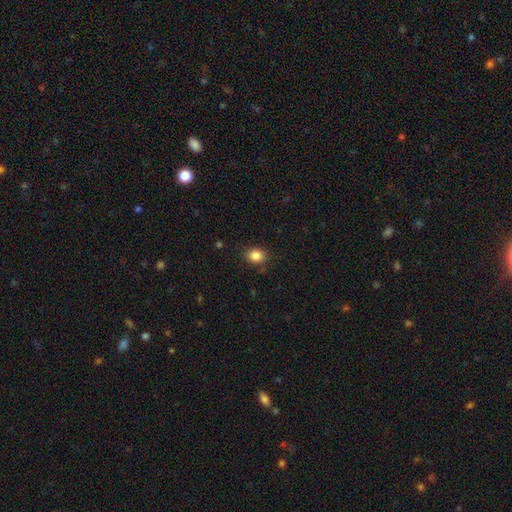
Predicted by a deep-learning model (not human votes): Q: Smooth or featured?
A: smooth (86%); runner-up: star or artifact (10%)
Q: How rounded?
A: round (50%); runner-up: in between (49%)
Q: Merging?
A: none (87%); runner-up: minor disturbance (10%)